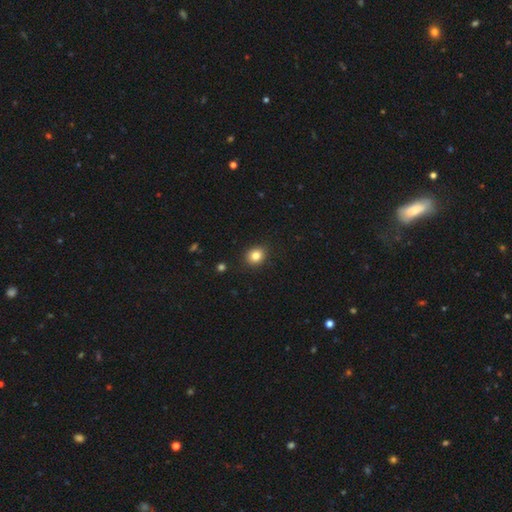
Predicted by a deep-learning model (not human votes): A smooth galaxy with no disk features (84%) that is round (66%).

Vote fractions:
- Smooth or featured? smooth: 84% / star or artifact: 10% / featured or disk: 6%
- How rounded? round: 66% / in between: 33% / cigar-shaped: 1%
- Merging? none: 90% / minor disturbance: 7% / major disturbance: 2% / merger: 1%